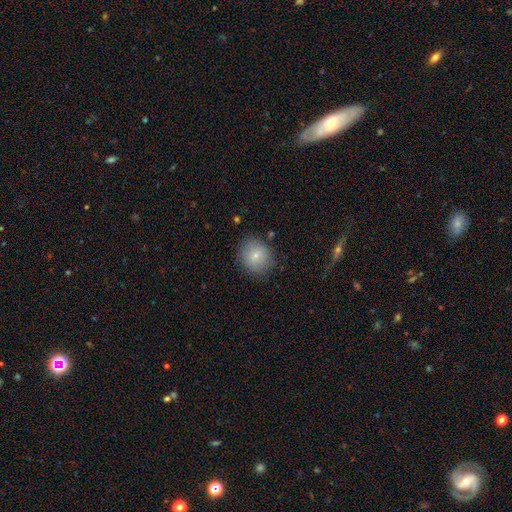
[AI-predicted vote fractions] Morphology: type=smooth (77%); roundness=round (81%); merging=none (82%).